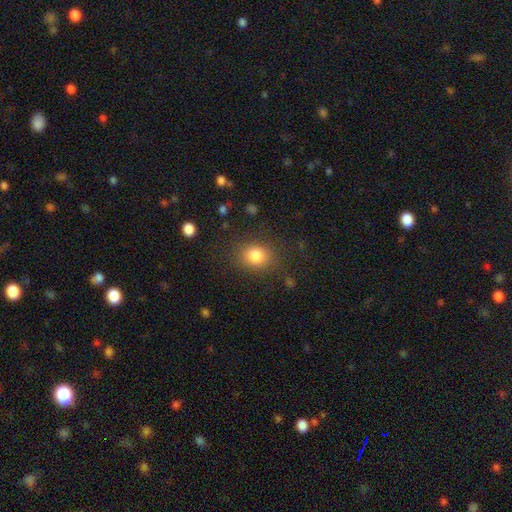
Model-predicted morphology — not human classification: smooth_or_featured: smooth (p=0.82) [alt: star or artifact p=0.11]
how_rounded: round (p=0.61) [alt: in between p=0.38]
merging: none (p=0.81) [alt: minor disturbance p=0.12]